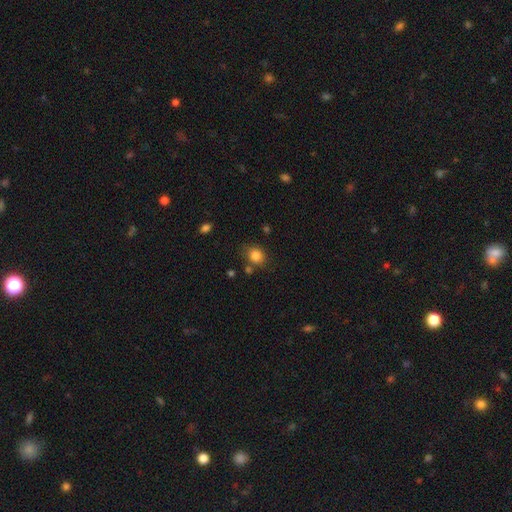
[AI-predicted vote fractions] Morphology: type=smooth (83%); roundness=round (64%); merging=none (75%).